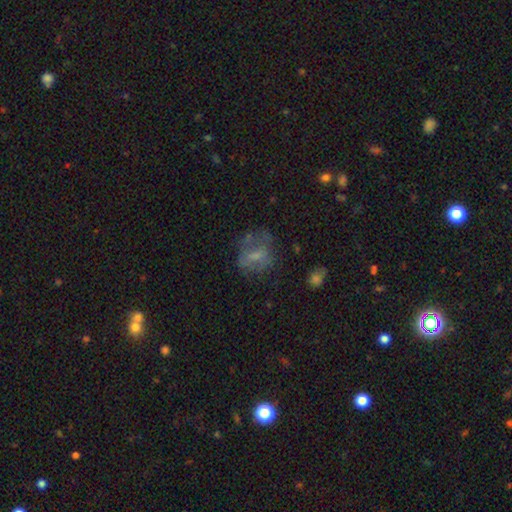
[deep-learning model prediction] smooth_or_featured: smooth (p=0.50) [alt: featured or disk p=0.37]
merging: none (p=0.49) [alt: major disturbance p=0.25]